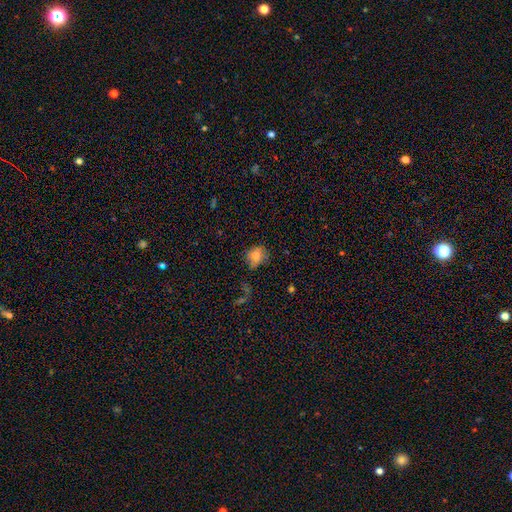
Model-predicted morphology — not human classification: smooth-or-featured: smooth: 76% | featured or disk: 13% | star or artifact: 12%
  how-rounded: round: 67% | in between: 32% | cigar-shaped: 1%
  merging: none: 65% | minor disturbance: 23% | major disturbance: 9% | merger: 3%